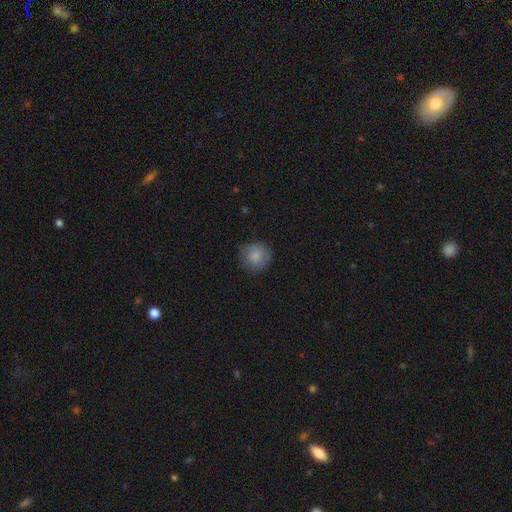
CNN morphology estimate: Smooth or featured? Predicted: smooth (p=0.84). How rounded? Predicted: round (p=0.92). Merging? Predicted: none (p=0.80).